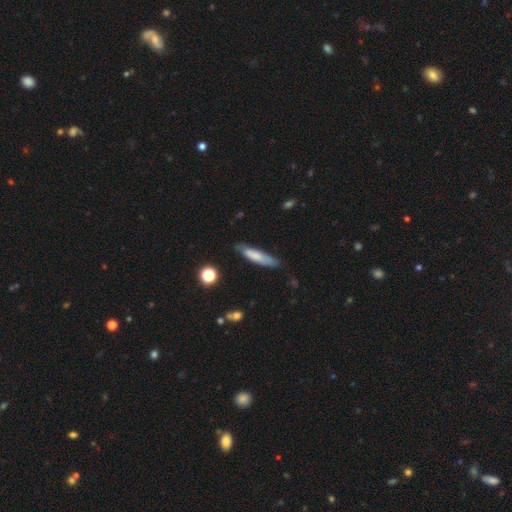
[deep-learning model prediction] Smooth or featured?
  - smooth: 70% *
  - featured or disk: 23%
  - star or artifact: 6%
How rounded?
  - cigar-shaped: 79% *
  - in between: 20%
  - round: 1%
Merging?
  - none: 75% *
  - minor disturbance: 19%
  - major disturbance: 4%
  - merger: 2%